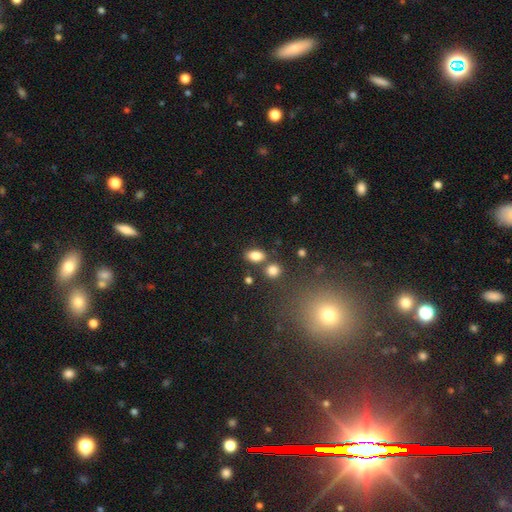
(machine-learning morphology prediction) smooth-or-featured: smooth: 83% | star or artifact: 10% | featured or disk: 7%
  how-rounded: in between: 85% | round: 12% | cigar-shaped: 3%
  merging: none: 70% | merger: 15% | minor disturbance: 12% | major disturbance: 4%